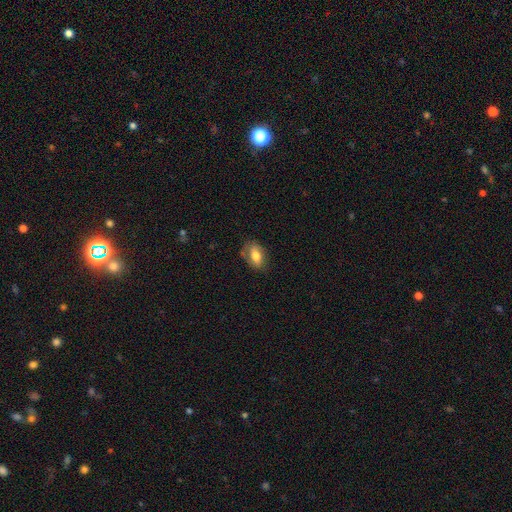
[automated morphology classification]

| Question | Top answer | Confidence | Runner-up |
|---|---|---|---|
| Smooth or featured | smooth | 71% | featured or disk (21%) |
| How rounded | in between | 88% | round (9%) |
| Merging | none | 68% | minor disturbance (23%) |